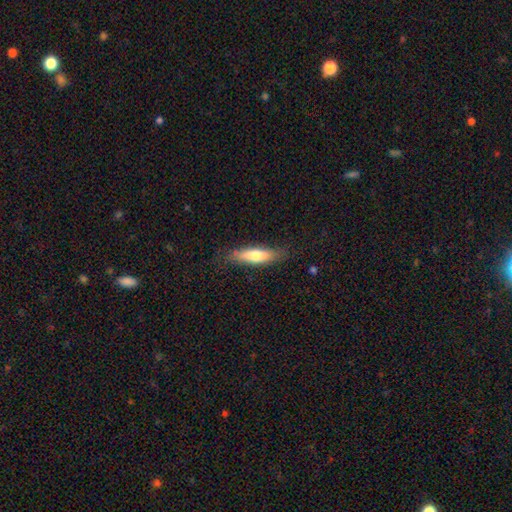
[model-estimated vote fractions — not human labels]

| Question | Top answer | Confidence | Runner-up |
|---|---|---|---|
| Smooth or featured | smooth | 67% | featured or disk (27%) |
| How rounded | cigar-shaped | 66% | in between (32%) |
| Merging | none | 80% | minor disturbance (16%) |